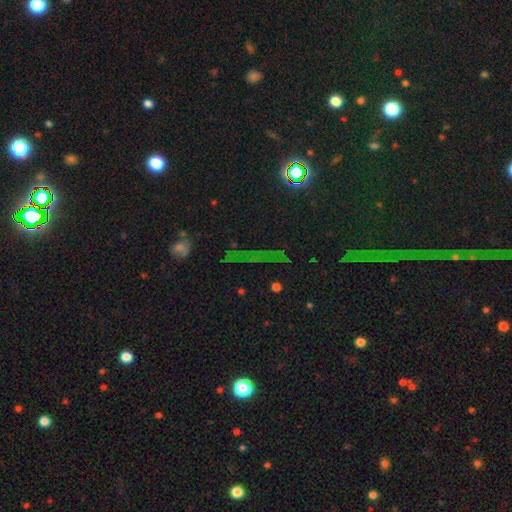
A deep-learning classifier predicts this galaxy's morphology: smooth_or_featured: star or artifact (p=0.77) [alt: smooth p=0.14]